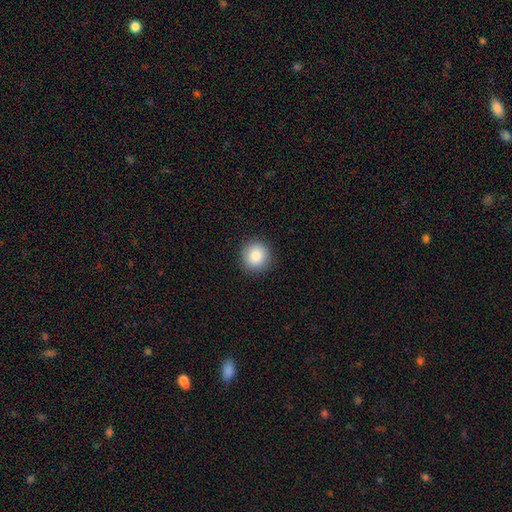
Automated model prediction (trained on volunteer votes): Morphology: type=smooth (85%); roundness=round (93%); merging=none (91%).